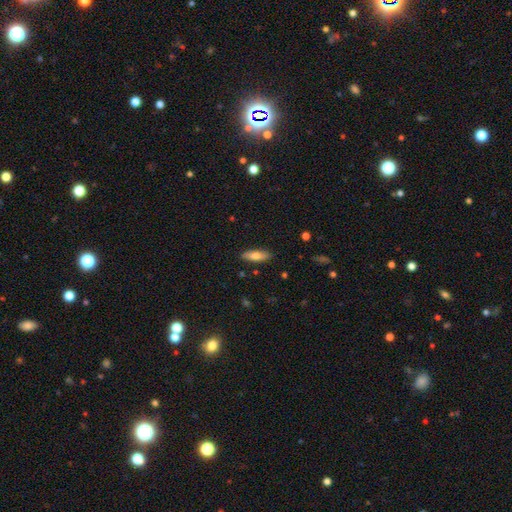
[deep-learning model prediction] Overall: smooth (73%). How rounded: in between (52%; cigar-shaped 46%). Merging: none (87%).